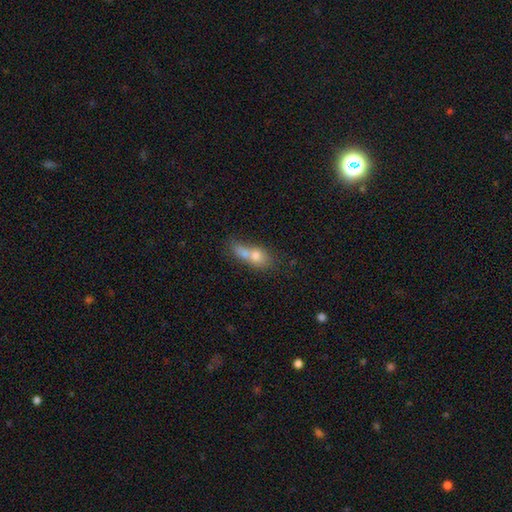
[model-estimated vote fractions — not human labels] smooth_or_featured: smooth (p=0.68) [alt: featured or disk p=0.23]
how_rounded: in between (p=0.56) [alt: round p=0.32]
merging: merger (p=0.65) [alt: none p=0.20]